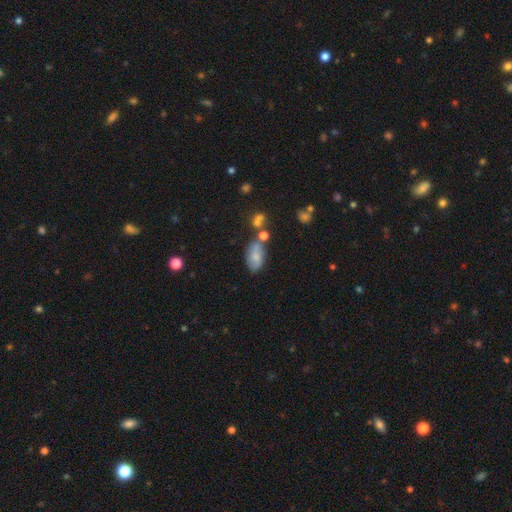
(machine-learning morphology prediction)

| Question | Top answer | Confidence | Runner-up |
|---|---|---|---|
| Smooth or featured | smooth | 66% | featured or disk (24%) |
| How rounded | in between | 90% | round (8%) |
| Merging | none | 49% | merger (22%) |